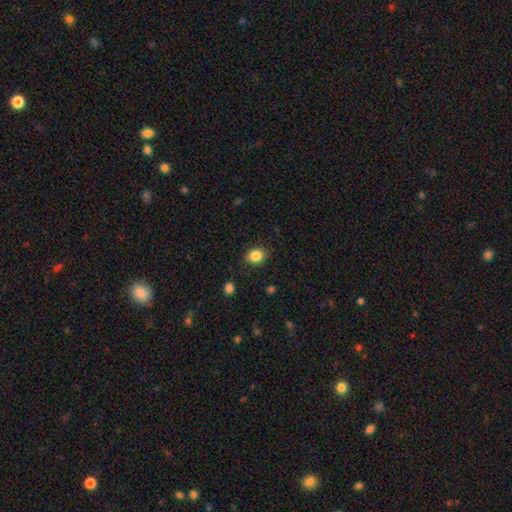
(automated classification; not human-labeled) Smooth or featured?
  - smooth: 85% *
  - star or artifact: 10%
  - featured or disk: 5%
How rounded?
  - round: 54% *
  - in between: 45%
  - cigar-shaped: 1%
Merging?
  - none: 85% *
  - minor disturbance: 11%
  - major disturbance: 3%
  - merger: 1%